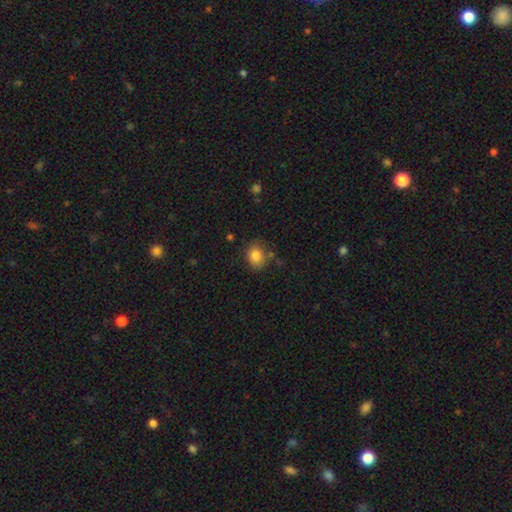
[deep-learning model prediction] smooth-or-featured: smooth: 84% | star or artifact: 10% | featured or disk: 6%
  how-rounded: round: 57% | in between: 42% | cigar-shaped: 1%
  merging: none: 74% | minor disturbance: 17% | major disturbance: 5% | merger: 5%